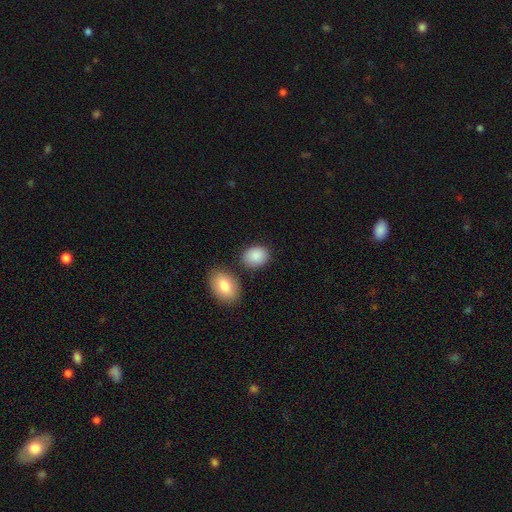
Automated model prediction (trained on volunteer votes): Smooth or featured?
  - smooth: 89% *
  - star or artifact: 7%
  - featured or disk: 5%
How rounded?
  - in between: 66% *
  - round: 33%
  - cigar-shaped: 1%
Merging?
  - none: 76% *
  - minor disturbance: 14%
  - merger: 7%
  - major disturbance: 4%